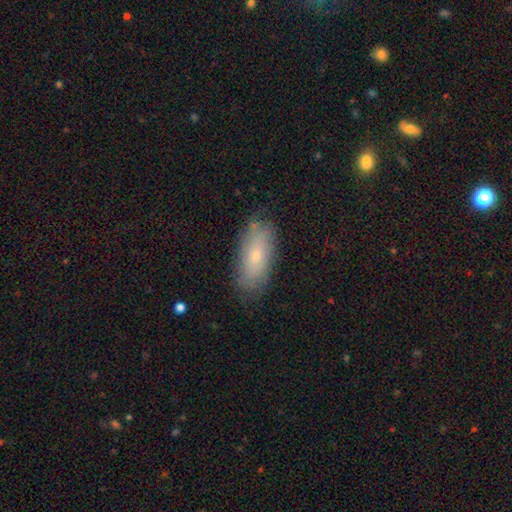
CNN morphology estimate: The model was most divided on "smooth or featured": smooth: 63%, featured or disk: 29%, star or artifact: 8%. More confident: how rounded — in between (81%); merging — none (77%).